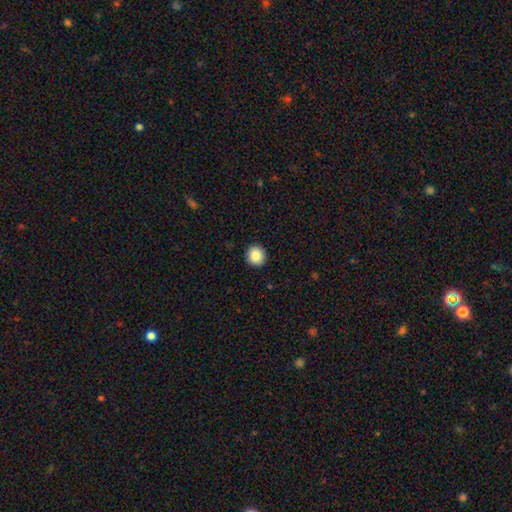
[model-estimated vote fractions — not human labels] smooth 87%, star or artifact 9%, featured or disk 5%. Down the decision tree: how rounded — round (92%); merging — none (93%).